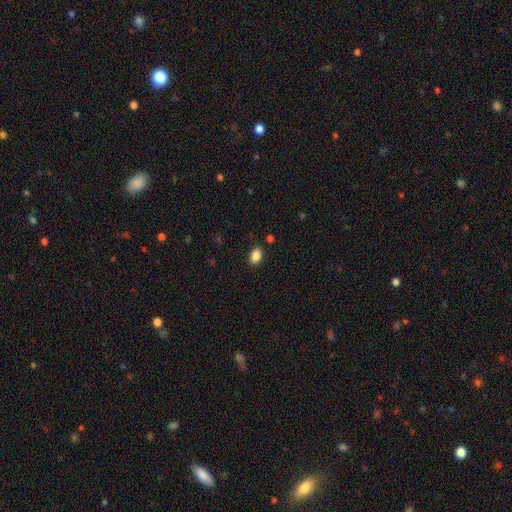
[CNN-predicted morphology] The model was most divided on "how rounded": in between: 84%, round: 15%, cigar-shaped: 1%. More confident: merging — none (87%); smooth or featured — smooth (86%).